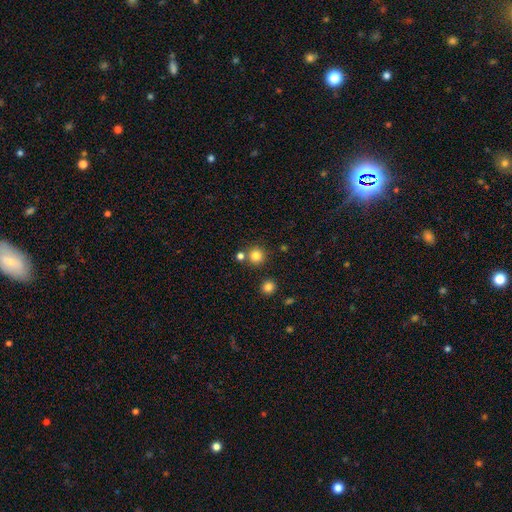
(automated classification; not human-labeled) smooth-or-featured: smooth: 81% | star or artifact: 13% | featured or disk: 6%
  how-rounded: round: 94% | in between: 5% | cigar-shaped: 1%
  merging: none: 79% | merger: 12% | minor disturbance: 7% | major disturbance: 2%